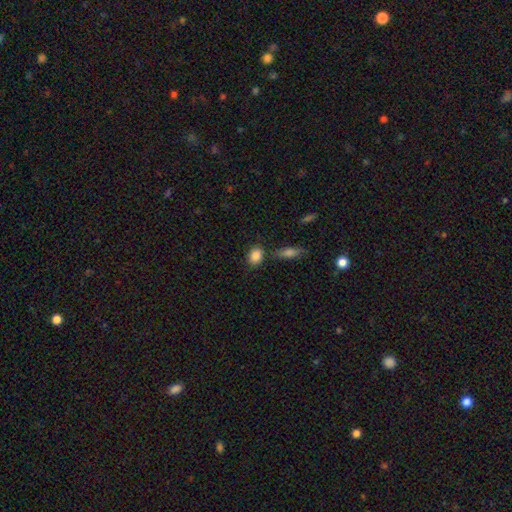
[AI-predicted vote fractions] smooth-or-featured: smooth: 87% | star or artifact: 8% | featured or disk: 5%
  how-rounded: in between: 59% | round: 39% | cigar-shaped: 2%
  merging: none: 75% | minor disturbance: 12% | merger: 10% | major disturbance: 3%